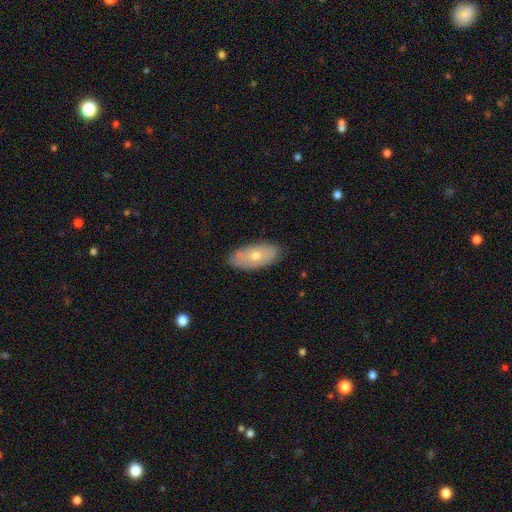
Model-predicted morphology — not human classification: The model was most divided on "smooth or featured": smooth: 57%, featured or disk: 36%, star or artifact: 7%. More confident: how rounded — in between (90%); merging — none (84%).